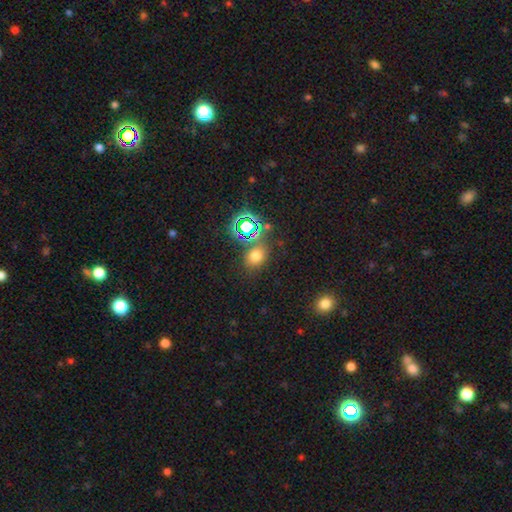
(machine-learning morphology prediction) Smooth or featured?
  - smooth: 64% *
  - star or artifact: 28%
  - featured or disk: 8%
How rounded?
  - round: 50% *
  - in between: 49%
  - cigar-shaped: 1%
Merging?
  - none: 73% *
  - minor disturbance: 12%
  - merger: 10%
  - major disturbance: 5%